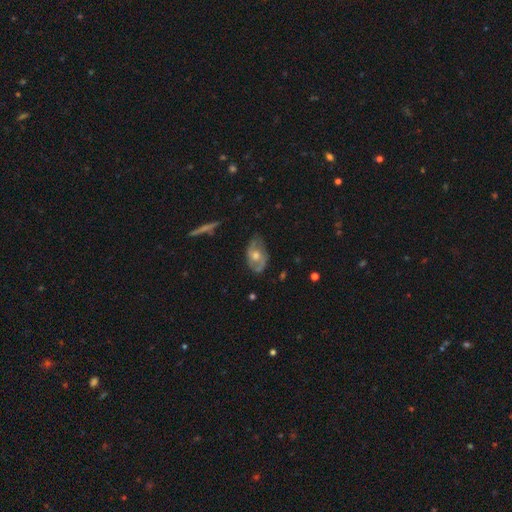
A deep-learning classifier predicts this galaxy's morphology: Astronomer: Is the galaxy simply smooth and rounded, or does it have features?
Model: featured or disk — 64%.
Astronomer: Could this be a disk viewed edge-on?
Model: no — 91%.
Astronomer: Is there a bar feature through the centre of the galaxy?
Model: no — 72%.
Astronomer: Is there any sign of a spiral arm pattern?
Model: yes — 72%.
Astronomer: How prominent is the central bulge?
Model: moderate — 71%.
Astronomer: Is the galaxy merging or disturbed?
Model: none — 70%.